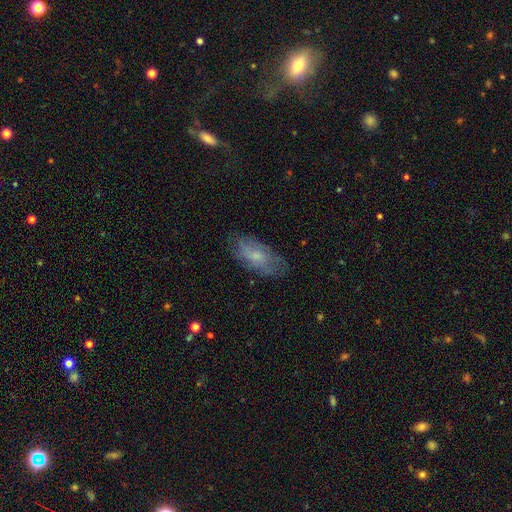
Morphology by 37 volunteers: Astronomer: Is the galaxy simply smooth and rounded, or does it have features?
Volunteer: featured or disk — 51% (runner-up: smooth, 46%).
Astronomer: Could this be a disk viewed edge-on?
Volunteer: no — 79%.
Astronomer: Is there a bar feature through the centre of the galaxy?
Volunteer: no — 80%.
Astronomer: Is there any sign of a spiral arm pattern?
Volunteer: yes — 67%.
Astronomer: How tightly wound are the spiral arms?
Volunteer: tight — 40%, tied with medium at 40%.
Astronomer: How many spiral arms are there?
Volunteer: can't tell — 80%.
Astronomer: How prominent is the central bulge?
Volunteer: small — 47% (runner-up: moderate, 27%).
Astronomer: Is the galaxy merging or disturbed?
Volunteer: none — 69%.